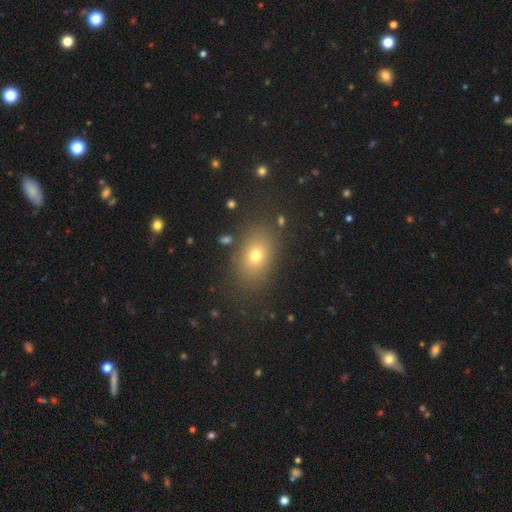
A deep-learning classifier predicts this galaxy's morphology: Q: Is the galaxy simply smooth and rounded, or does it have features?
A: smooth — 70%.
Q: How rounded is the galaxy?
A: in between — 73%.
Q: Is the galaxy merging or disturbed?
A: none — 83%.